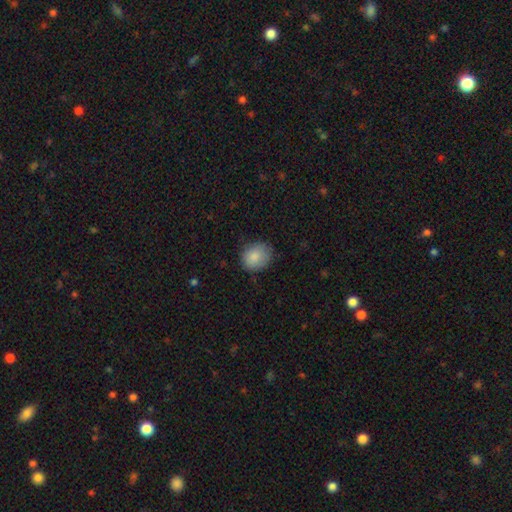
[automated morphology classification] smooth_or_featured: smooth (p=0.87) [alt: star or artifact p=0.07]
how_rounded: round (p=0.58) [alt: in between p=0.42]
merging: none (p=0.79) [alt: minor disturbance p=0.17]